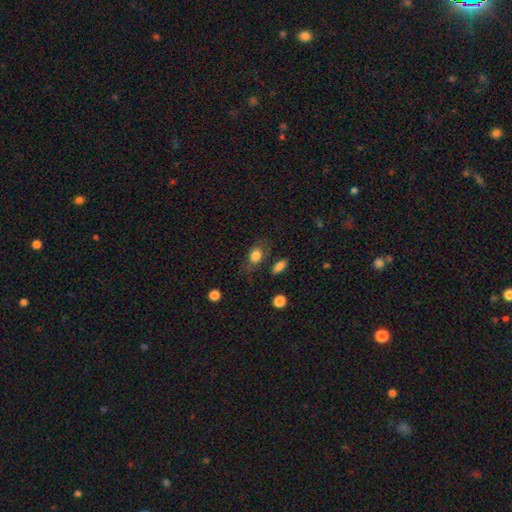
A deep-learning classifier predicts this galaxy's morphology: Smooth or featured? smooth (80%)
How rounded? in between (72%)
Merging? none (65%)